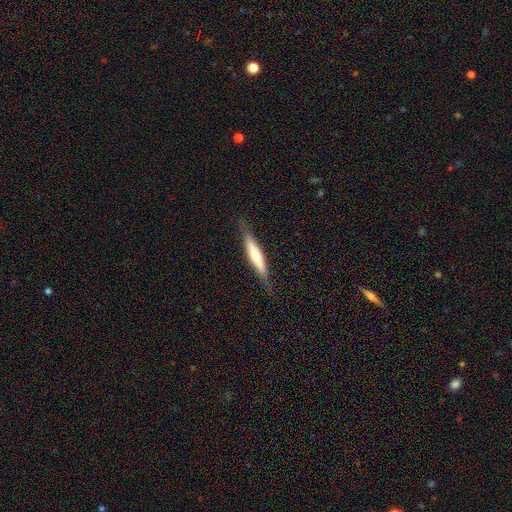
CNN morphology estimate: Smooth or featured?
  - featured or disk: 55% *
  - smooth: 40%
  - star or artifact: 5%
Edge-on disk?
  - yes: 92% *
  - no: 8%
Edge-on bulge?
  - rounded: 82% *
  - none: 12%
  - boxy: 7%
Merging?
  - none: 81% *
  - minor disturbance: 14%
  - major disturbance: 3%
  - merger: 1%